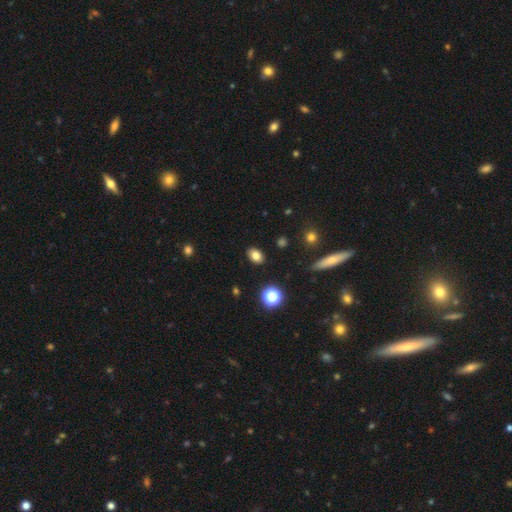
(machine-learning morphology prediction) A smooth galaxy with no disk features (80%) that is in between round and cigar-shaped (78%).

Vote fractions:
- Smooth or featured? smooth: 80% / star or artifact: 12% / featured or disk: 8%
- How rounded? in between: 78% / round: 21% / cigar-shaped: 1%
- Merging? none: 88% / minor disturbance: 8% / major disturbance: 2% / merger: 2%